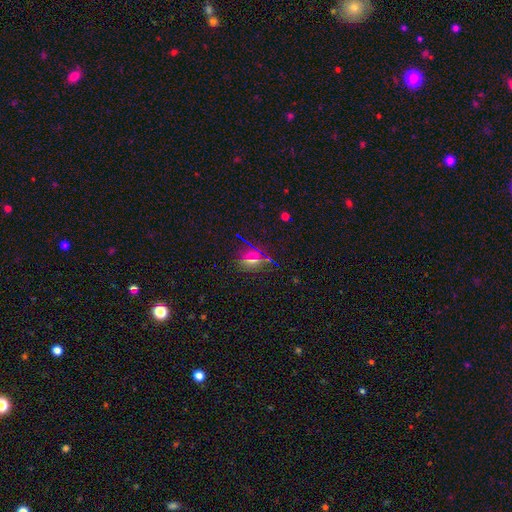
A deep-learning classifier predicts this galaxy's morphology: smooth-or-featured: star or artifact: 53% | smooth: 34% | featured or disk: 13%